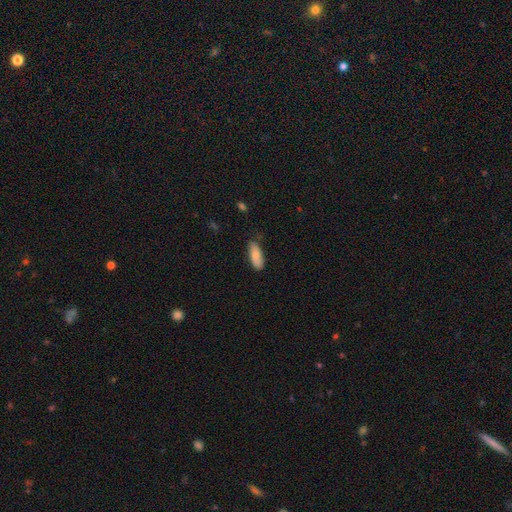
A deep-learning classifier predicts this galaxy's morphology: A smooth galaxy with no disk features (78%) that is in between round and cigar-shaped (75%). Merging: none (72%).